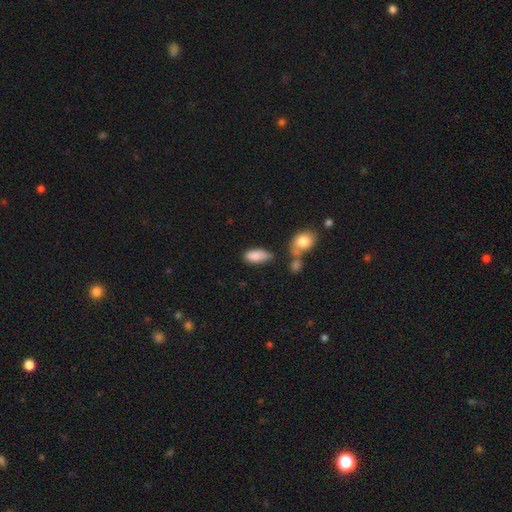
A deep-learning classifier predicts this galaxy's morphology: Smooth or featured? Predicted: smooth (p=0.84). How rounded? Predicted: in between (p=0.89). Merging? Predicted: none (p=0.53).